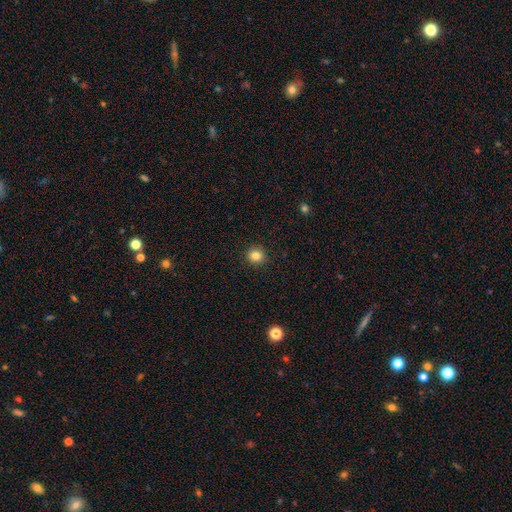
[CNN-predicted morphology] Smooth or featured?
  - smooth: 83% *
  - star or artifact: 12%
  - featured or disk: 5%
How rounded?
  - round: 90% *
  - in between: 9%
  - cigar-shaped: 1%
Merging?
  - none: 91% *
  - minor disturbance: 6%
  - major disturbance: 2%
  - merger: 1%